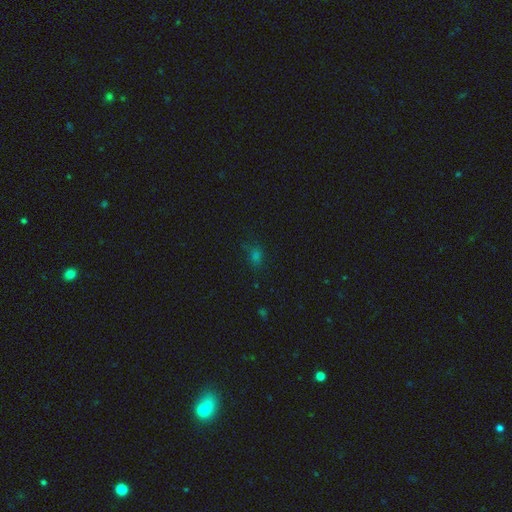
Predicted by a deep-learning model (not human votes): This is possibly a smooth galaxy (54%). How rounded: likely in between (62%). Merging: likely none (72%).